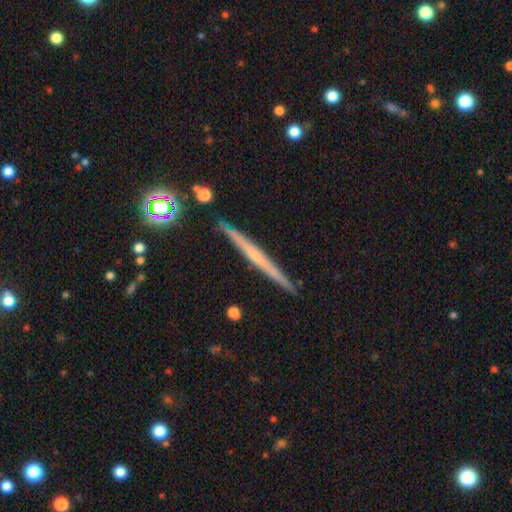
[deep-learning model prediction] Smooth or featured: featured or disk — 56% (smooth — 34%)
Edge-on disk: yes — 98% (no — 2%)
Edge-on bulge: none — 76% (rounded — 18%)
Merging: none — 91% (minor disturbance — 7%)